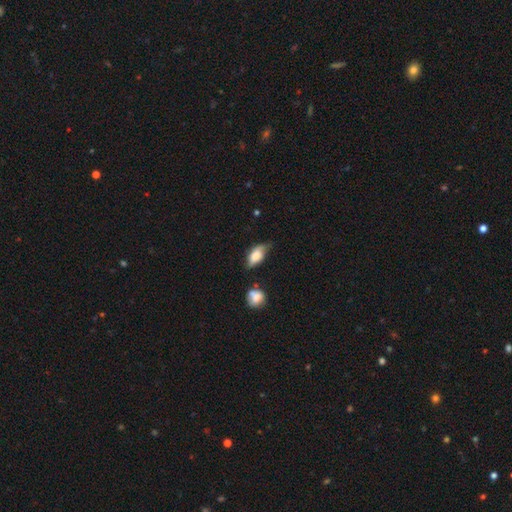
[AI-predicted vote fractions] Smooth or featured?
  - smooth: 72% *
  - featured or disk: 21%
  - star or artifact: 8%
How rounded?
  - in between: 86% *
  - cigar-shaped: 8%
  - round: 5%
Merging?
  - none: 42% *
  - minor disturbance: 40%
  - major disturbance: 13%
  - merger: 5%